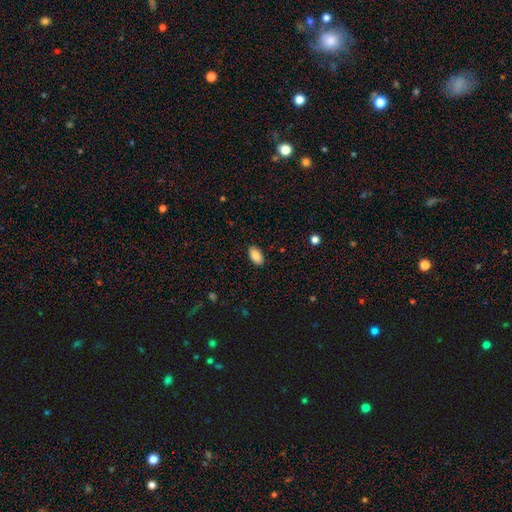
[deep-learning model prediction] Smooth or featured? smooth (87%)
How rounded? in between (94%)
Merging? none (88%)